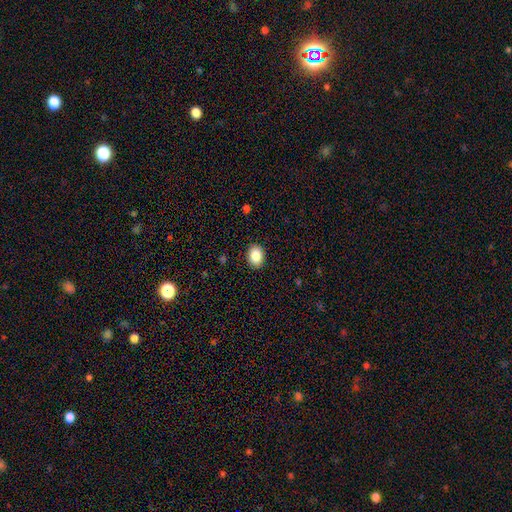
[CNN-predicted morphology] Overall: smooth (86%). How rounded: in between (61%; round 38%). Merging: none (90%).